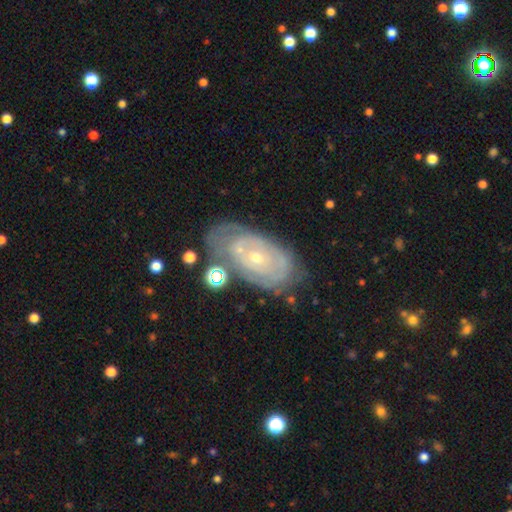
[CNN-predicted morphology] Q: Smooth or featured?
A: featured or disk (78%); runner-up: smooth (15%)
Q: Edge-on disk?
A: no (94%); runner-up: yes (6%)
Q: Bar?
A: no (81%); runner-up: weak (15%)
Q: Spiral arms?
A: yes (72%); runner-up: no (28%)
Q: Spiral winding?
A: tight (78%); runner-up: medium (16%)
Q: Spiral arm count?
A: can't tell (60%); runner-up: 2 (20%)
Q: Bulge size?
A: small (67%); runner-up: moderate (30%)
Q: Merging?
A: none (58%); runner-up: minor disturbance (24%)